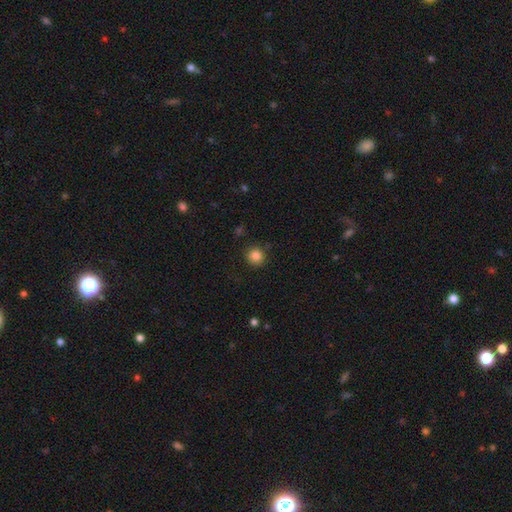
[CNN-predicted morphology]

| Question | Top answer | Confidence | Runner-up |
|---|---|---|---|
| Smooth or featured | smooth | 85% | star or artifact (11%) |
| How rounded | round | 92% | in between (7%) |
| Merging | none | 87% | minor disturbance (9%) |